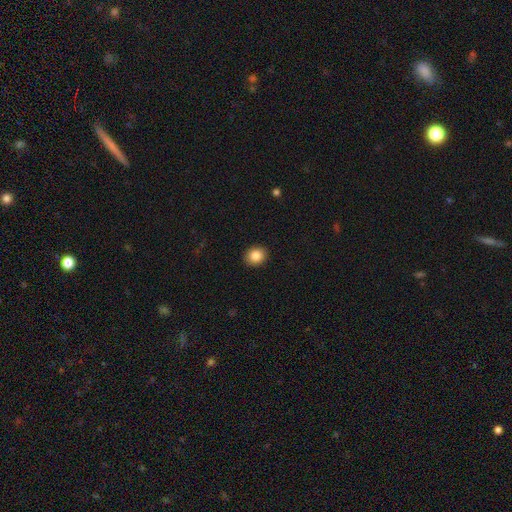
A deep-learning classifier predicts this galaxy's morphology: type=smooth (86%); roundness=round (63%); merging=none (91%).